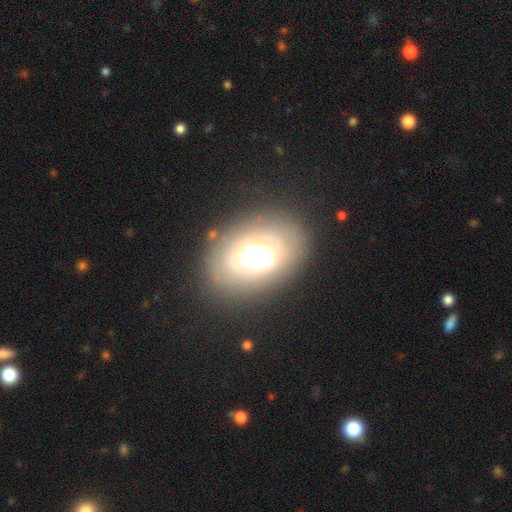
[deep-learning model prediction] The model was most divided on "smooth or featured": smooth: 45%, featured or disk: 42%, star or artifact: 14%. More confident: merging — none (75%).